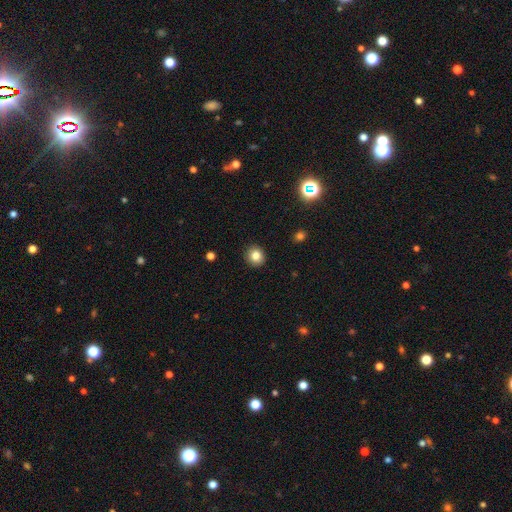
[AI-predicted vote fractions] Overall: smooth (83%). How rounded: round (85%). Merging: none (91%).